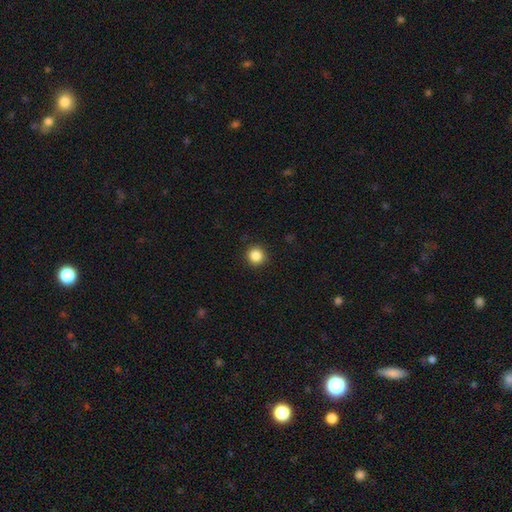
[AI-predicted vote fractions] smooth 87%, star or artifact 10%, featured or disk 3%. Down the decision tree: how rounded — round (94%); merging — none (92%).